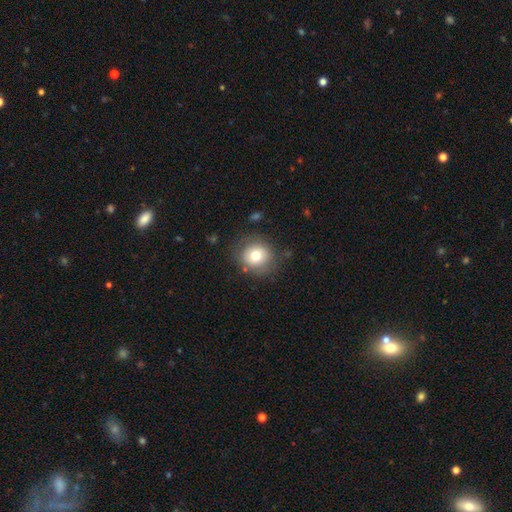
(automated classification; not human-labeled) A smooth galaxy with no disk features (74%) that is round (85%).

Vote fractions:
- Smooth or featured? smooth: 74% / featured or disk: 15% / star or artifact: 11%
- How rounded? round: 85% / in between: 14% / cigar-shaped: 1%
- Merging? none: 79% / minor disturbance: 14% / major disturbance: 6% / merger: 2%